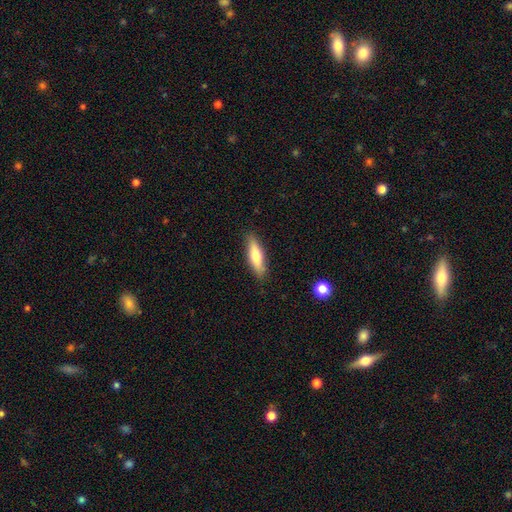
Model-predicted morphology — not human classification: Smooth or featured? smooth (70%)
How rounded? cigar-shaped (67%)
Merging? none (86%)